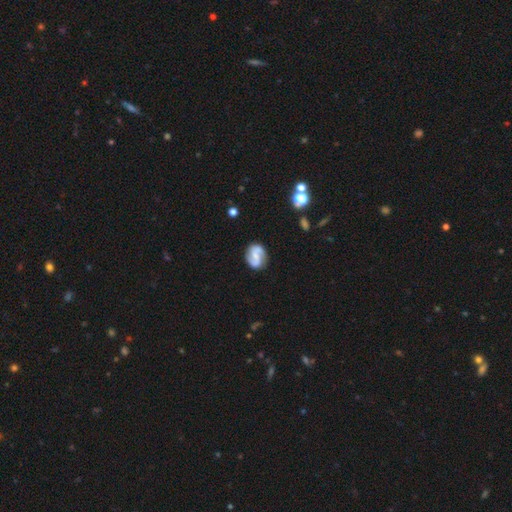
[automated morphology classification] This appears to be a featured or disk galaxy (75%) with a weak bar (43%), 2 (91%) medium (42%) spiral arms (93%) and a small central bulge (50%). Merging: none (81%).